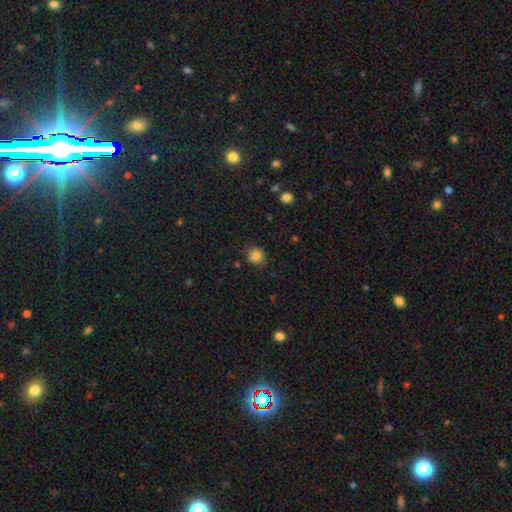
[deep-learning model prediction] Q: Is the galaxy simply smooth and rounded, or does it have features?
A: smooth — 83%.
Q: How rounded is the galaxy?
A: round — 83%.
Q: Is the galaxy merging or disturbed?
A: none — 81%.